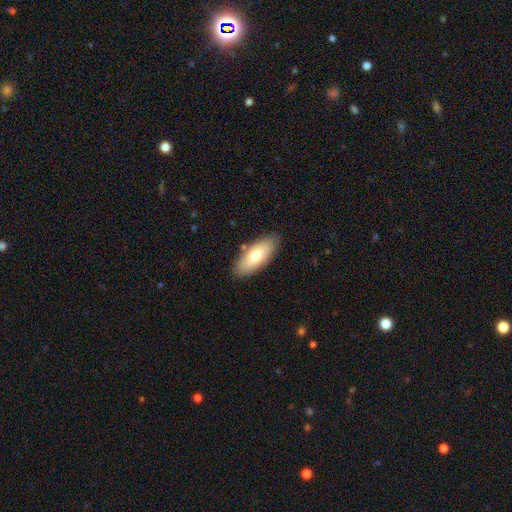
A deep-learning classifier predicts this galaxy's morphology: Q: Smooth or featured?
A: smooth (74%); runner-up: featured or disk (20%)
Q: How rounded?
A: in between (82%); runner-up: cigar-shaped (16%)
Q: Merging?
A: none (85%); runner-up: minor disturbance (11%)